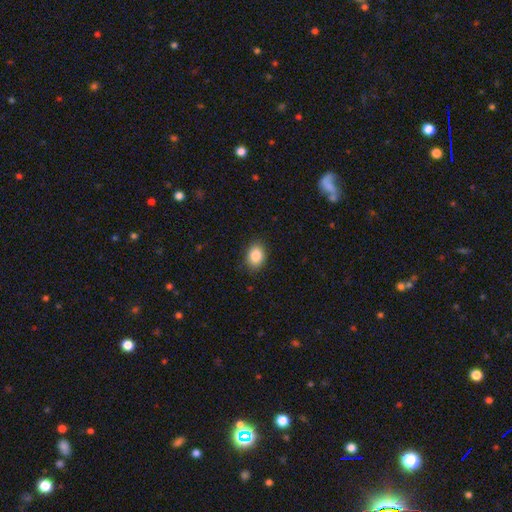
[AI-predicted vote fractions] Smooth or featured? Predicted: smooth (p=0.87). How rounded? Predicted: in between (p=0.69). Merging? Predicted: none (p=0.86).